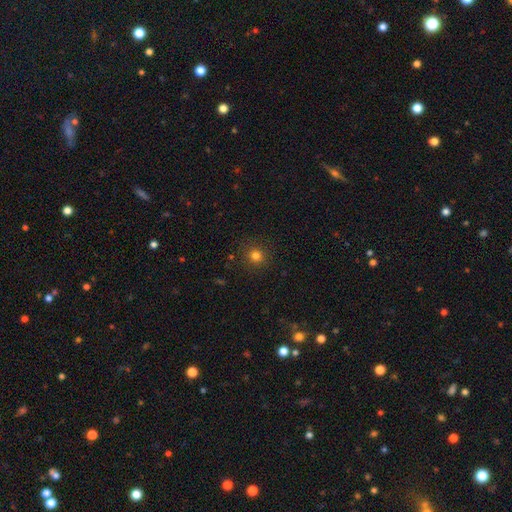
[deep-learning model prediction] Smooth or featured? Predicted: smooth (p=0.80). How rounded? Predicted: round (p=0.90). Merging? Predicted: none (p=0.89).